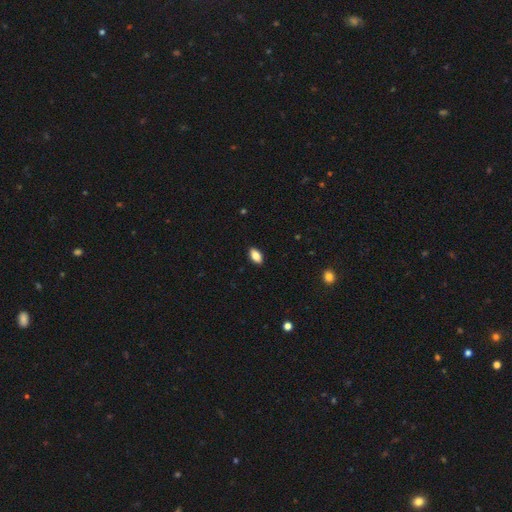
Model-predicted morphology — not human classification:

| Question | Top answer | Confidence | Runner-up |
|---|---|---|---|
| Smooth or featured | smooth | 85% | star or artifact (8%) |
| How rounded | in between | 92% | round (4%) |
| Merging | none | 90% | minor disturbance (8%) |